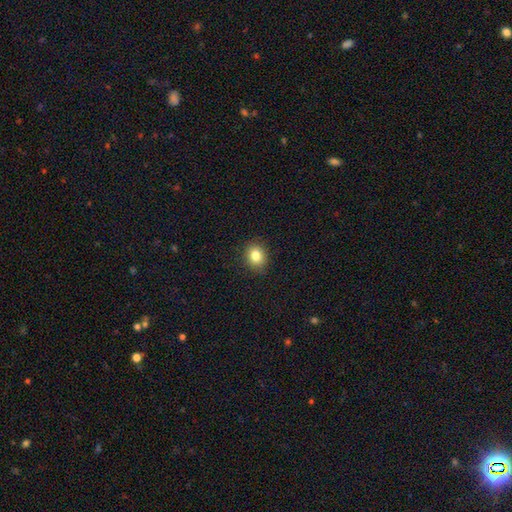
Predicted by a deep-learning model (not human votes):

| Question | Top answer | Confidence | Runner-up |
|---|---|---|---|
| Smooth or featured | smooth | 83% | star or artifact (10%) |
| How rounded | round | 65% | in between (34%) |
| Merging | none | 90% | minor disturbance (7%) |